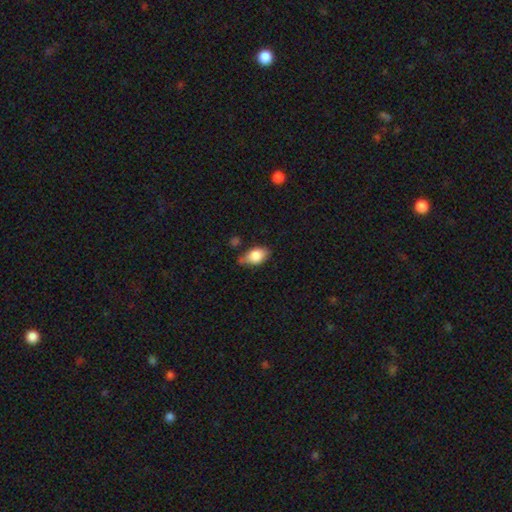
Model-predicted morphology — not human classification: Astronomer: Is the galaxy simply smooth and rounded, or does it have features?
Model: smooth — 79%.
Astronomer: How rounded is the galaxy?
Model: in between — 86%.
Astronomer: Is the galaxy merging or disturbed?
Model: none — 58%.